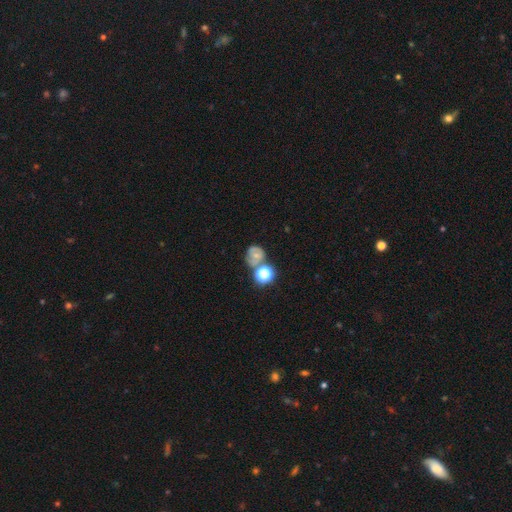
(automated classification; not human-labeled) smooth-or-featured: smooth: 45% | featured or disk: 37% | star or artifact: 18%
  merging: none: 51% | merger: 25% | minor disturbance: 16% | major disturbance: 8%